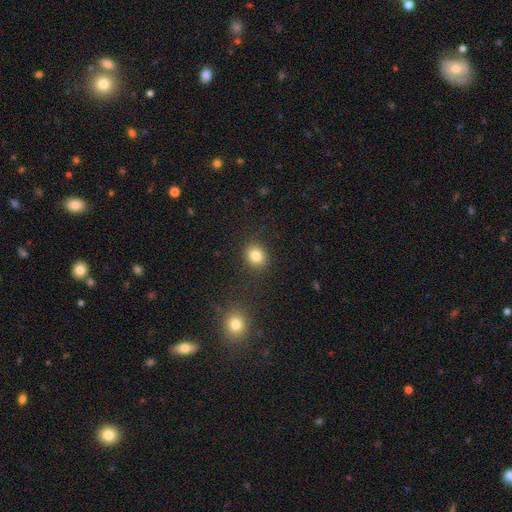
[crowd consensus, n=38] This is clearly a smooth galaxy (89%). How rounded: likely round (65%). Merging: clearly none (89%).